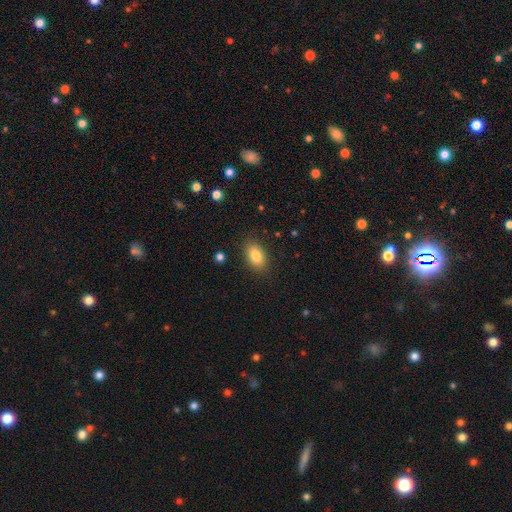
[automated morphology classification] smooth_or_featured: smooth (p=0.83) [alt: featured or disk p=0.09]
how_rounded: in between (p=0.89) [alt: round p=0.08]
merging: none (p=0.86) [alt: minor disturbance p=0.10]